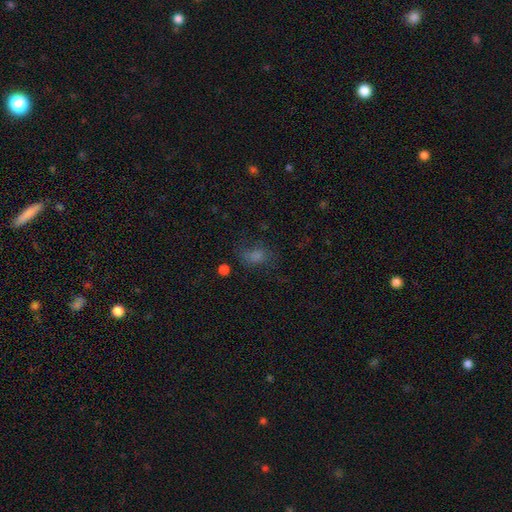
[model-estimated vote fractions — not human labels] smooth_or_featured: smooth (p=0.55) [alt: star or artifact p=0.28]
how_rounded: in between (p=0.61) [alt: round p=0.36]
merging: none (p=0.60) [alt: minor disturbance p=0.21]